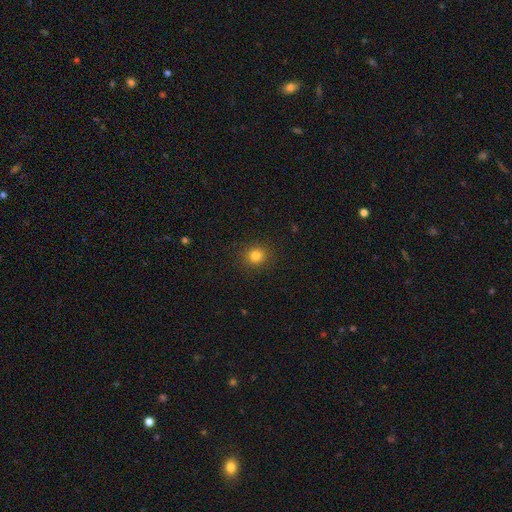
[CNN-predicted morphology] A smooth galaxy with no disk features (82%) that is round (86%).

Vote fractions:
- Smooth or featured? smooth: 82% / star or artifact: 13% / featured or disk: 5%
- How rounded? round: 86% / in between: 13% / cigar-shaped: 1%
- Merging? none: 91% / minor disturbance: 6% / major disturbance: 2% / merger: 1%